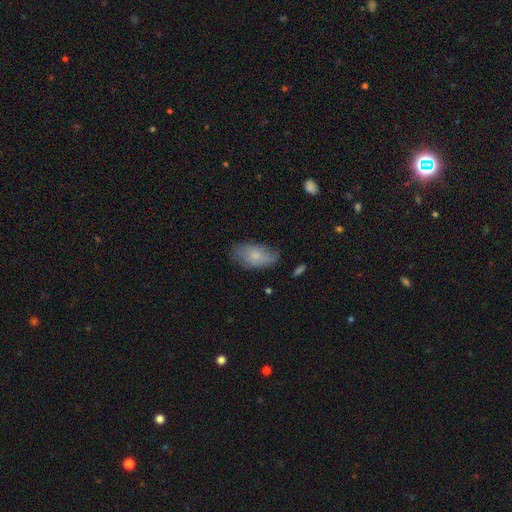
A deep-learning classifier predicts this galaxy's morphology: This appears to be a smooth galaxy with no disk features (68%) that is in between round and cigar-shaped (93%). Merging: none (64%).